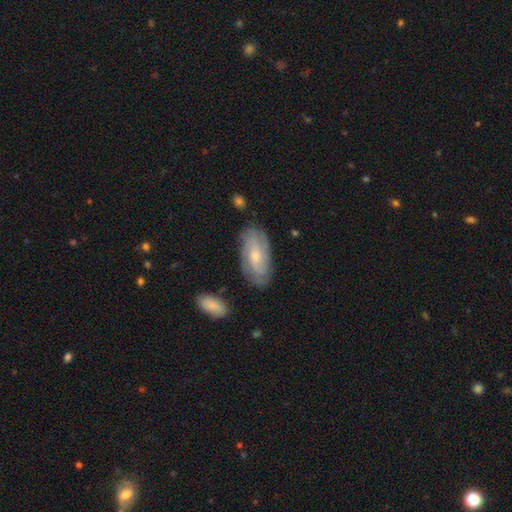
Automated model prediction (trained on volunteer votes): Smooth or featured?
  - featured or disk: 70% *
  - smooth: 24%
  - star or artifact: 7%
Edge-on disk?
  - no: 93% *
  - yes: 7%
Bar?
  - no: 60% *
  - weak: 33%
  - strong: 7%
Spiral arms?
  - yes: 91% *
  - no: 9%
Spiral winding?
  - tight: 55% *
  - medium: 33%
  - loose: 12%
Spiral arm count?
  - can't tell: 39% *
  - 2: 23%
  - 3: 17%
  - 4: 11%
  - more than 4: 5%
  - 1: 4%
Bulge size?
  - small: 61% *
  - moderate: 34%
  - none: 2%
  - large: 2%
  - dominant: 1%
Merging?
  - none: 79% *
  - minor disturbance: 15%
  - major disturbance: 4%
  - merger: 2%